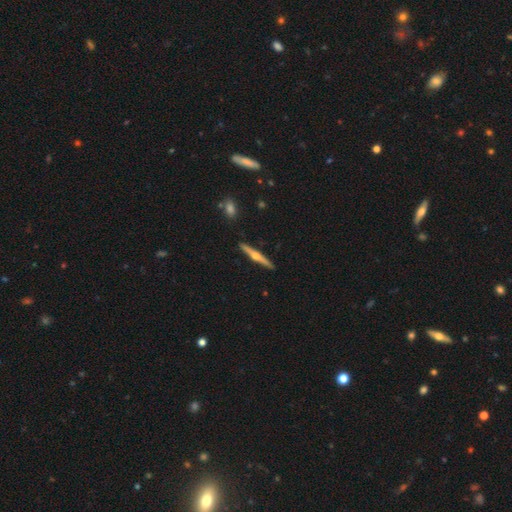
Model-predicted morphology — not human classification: featured or disk 72%, smooth 23%, star or artifact 5%. Down the decision tree: edge-on disk — yes (98%); edge-on bulge — rounded (92%); merging — none (91%).